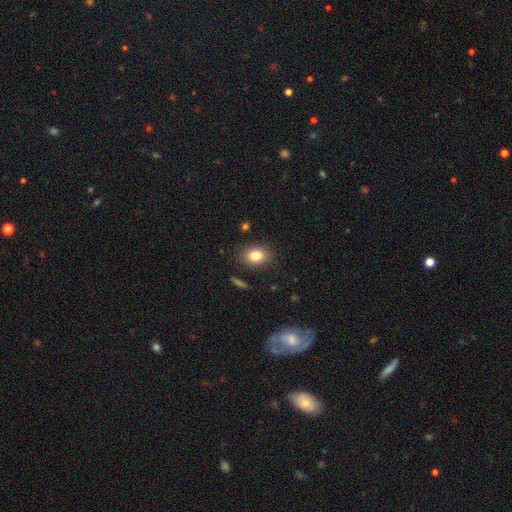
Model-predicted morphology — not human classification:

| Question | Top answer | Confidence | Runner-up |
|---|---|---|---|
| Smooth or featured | smooth | 81% | star or artifact (10%) |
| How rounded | in between | 63% | round (35%) |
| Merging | none | 86% | minor disturbance (9%) |